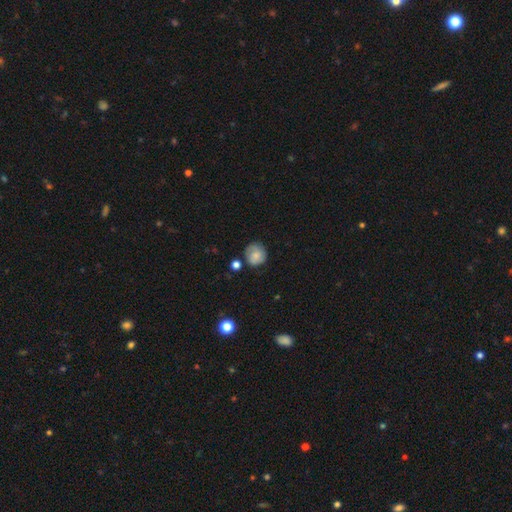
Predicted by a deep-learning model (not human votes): This is likely a smooth galaxy (70%). How rounded: clearly round (87%). Merging: likely none (69%).